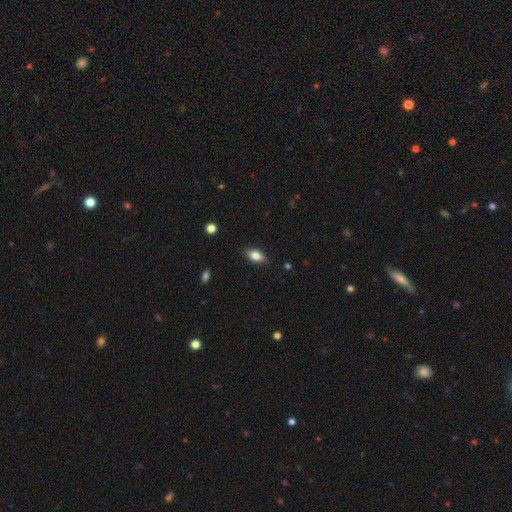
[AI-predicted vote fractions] smooth_or_featured: smooth (p=0.81) [alt: featured or disk p=0.11]
how_rounded: in between (p=0.89) [alt: round p=0.06]
merging: none (p=0.87) [alt: minor disturbance p=0.10]